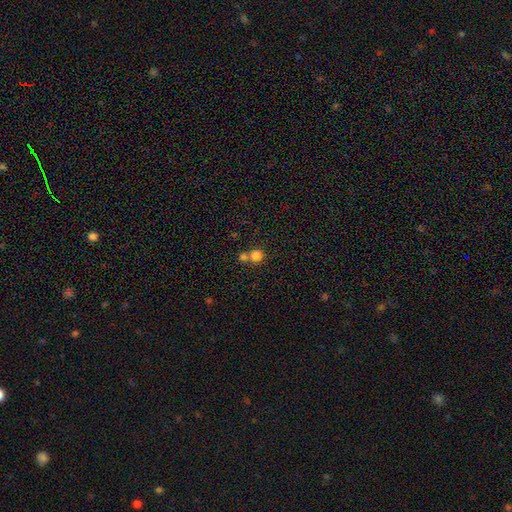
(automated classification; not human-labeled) Smooth or featured: smooth — 81% (star or artifact — 13%)
How rounded: round — 89% (in between — 10%)
Merging: none — 51% (merger — 40%)